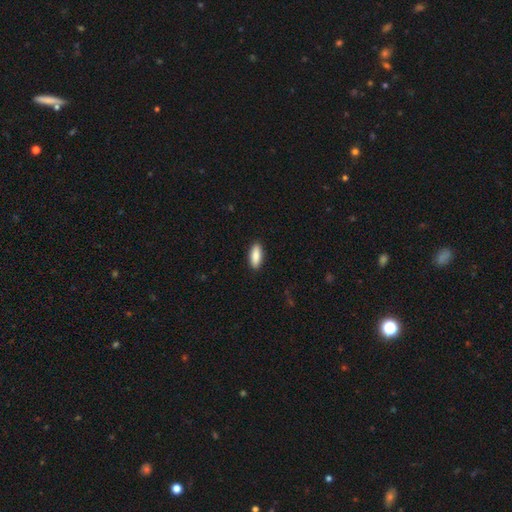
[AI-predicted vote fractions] The model was most divided on "how rounded": in between: 74%, cigar-shaped: 24%, round: 2%. More confident: merging — none (90%); smooth or featured — smooth (87%).